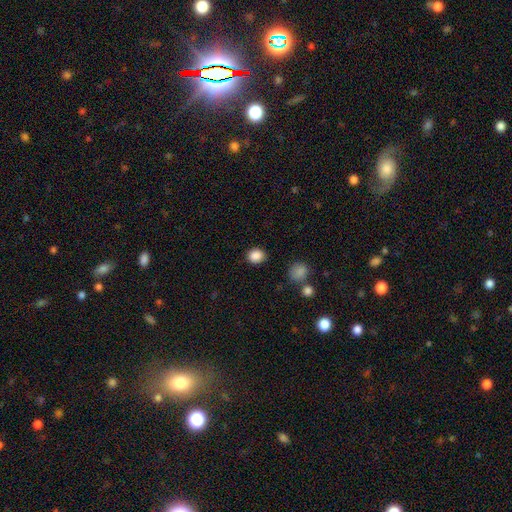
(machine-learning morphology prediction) smooth 87%, star or artifact 10%, featured or disk 3%. Down the decision tree: how rounded — round (64%); merging — none (84%).